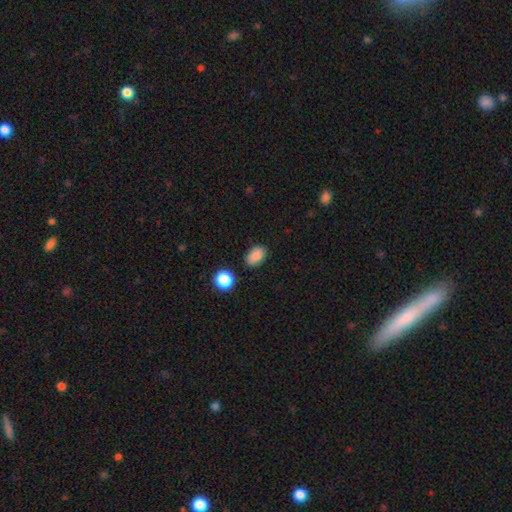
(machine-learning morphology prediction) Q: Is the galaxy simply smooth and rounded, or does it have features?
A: smooth — 86%.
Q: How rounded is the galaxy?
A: in between — 82%.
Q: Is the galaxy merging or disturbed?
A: none — 82%.